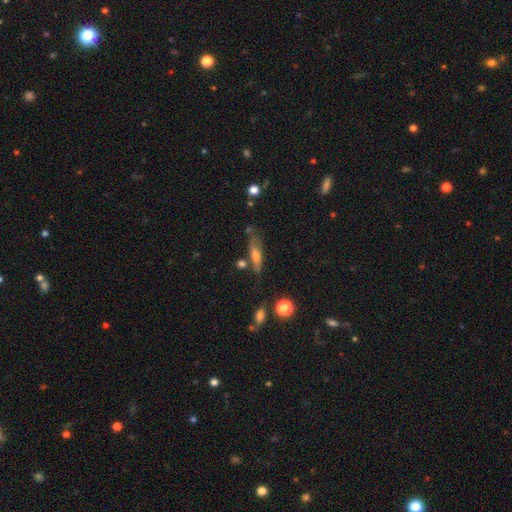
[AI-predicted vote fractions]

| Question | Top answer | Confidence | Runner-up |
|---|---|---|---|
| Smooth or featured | smooth | 52% | featured or disk (37%) |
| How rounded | cigar-shaped | 63% | in between (34%) |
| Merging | none | 56% | minor disturbance (24%) |